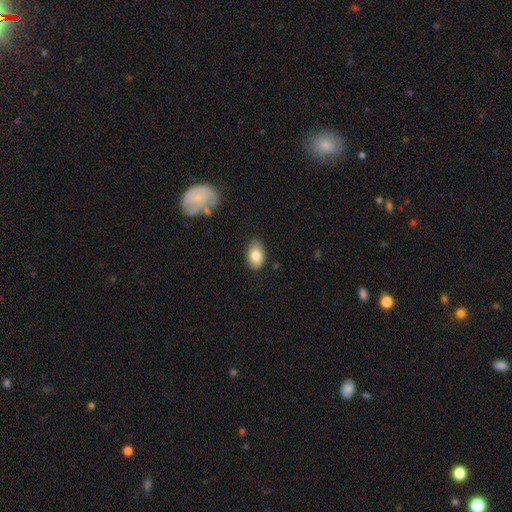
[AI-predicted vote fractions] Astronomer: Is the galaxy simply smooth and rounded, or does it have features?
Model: smooth — 80%.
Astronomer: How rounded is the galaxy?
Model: in between — 91%.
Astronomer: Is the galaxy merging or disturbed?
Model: none — 81%.